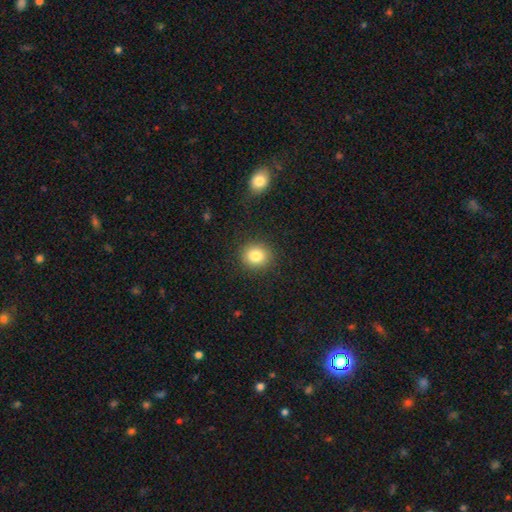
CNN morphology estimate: Smooth or featured?
  - smooth: 83% *
  - star or artifact: 10%
  - featured or disk: 7%
How rounded?
  - round: 82% *
  - in between: 17%
  - cigar-shaped: 1%
Merging?
  - none: 90% *
  - minor disturbance: 7%
  - major disturbance: 2%
  - merger: 1%